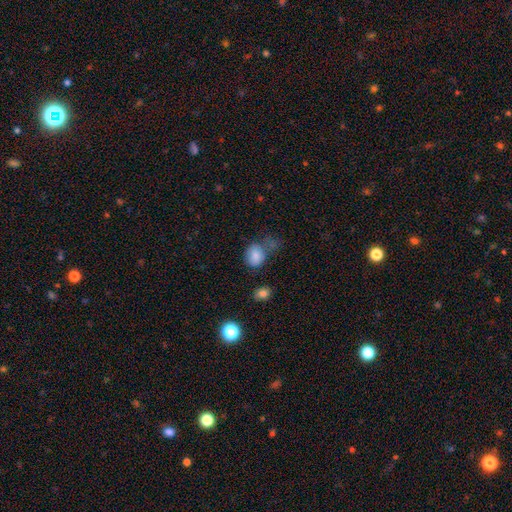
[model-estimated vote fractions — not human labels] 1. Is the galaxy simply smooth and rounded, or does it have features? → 83% smooth, 10% star or artifact, 7% featured or disk.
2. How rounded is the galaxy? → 57% in between, 42% round, 1% cigar-shaped.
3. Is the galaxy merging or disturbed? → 53% none, 22% minor disturbance, 14% merger, 10% major disturbance.